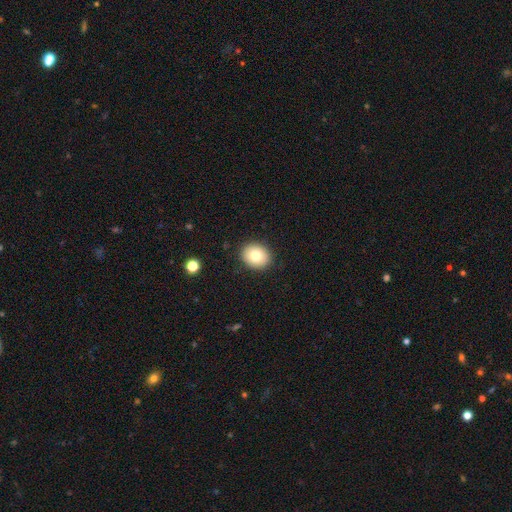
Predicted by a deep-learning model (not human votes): Overall: smooth (78%). How rounded: round (65%; in between 34%). Merging: none (90%).